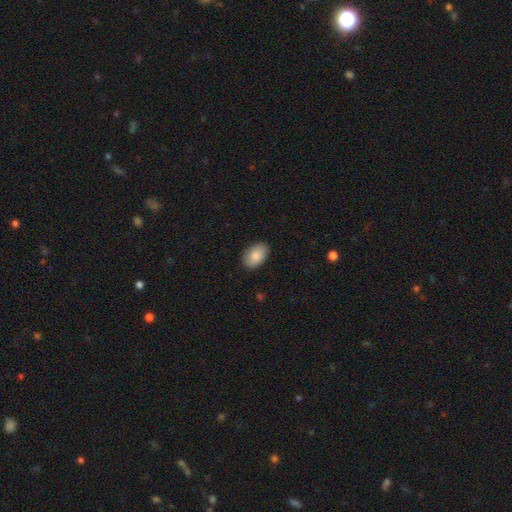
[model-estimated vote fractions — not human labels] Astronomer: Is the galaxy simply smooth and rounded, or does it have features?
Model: smooth — 87%.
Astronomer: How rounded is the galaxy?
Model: in between — 91%.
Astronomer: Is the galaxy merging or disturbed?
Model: none — 88%.